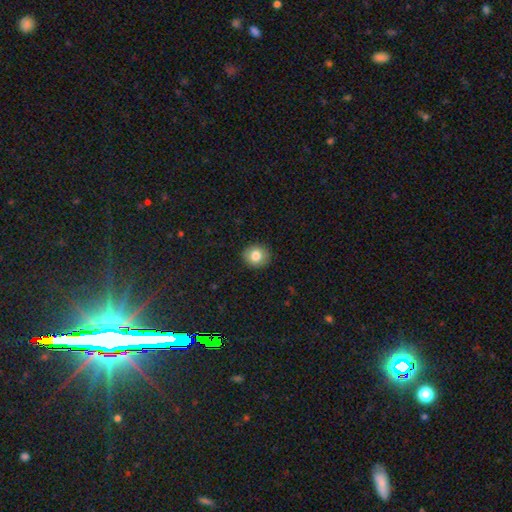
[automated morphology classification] A smooth galaxy with no disk features (81%) that is round (83%).

Vote fractions:
- Smooth or featured? smooth: 81% / featured or disk: 9% / star or artifact: 9%
- How rounded? round: 83% / in between: 16% / cigar-shaped: 1%
- Merging? none: 91% / minor disturbance: 7% / major disturbance: 2% / merger: 1%